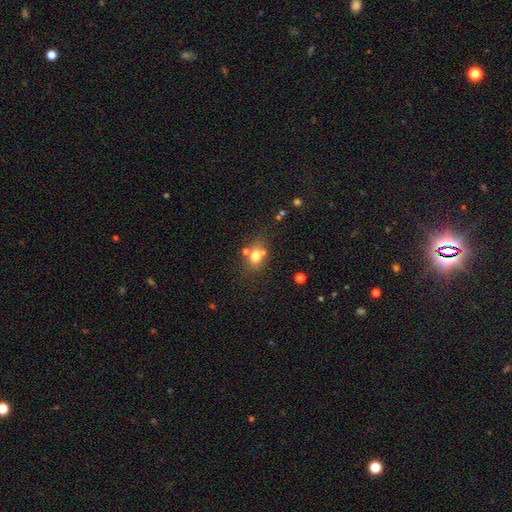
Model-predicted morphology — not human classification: This is likely a smooth galaxy (69%). How rounded: possibly in between (54%). Merging: possibly none (55%).